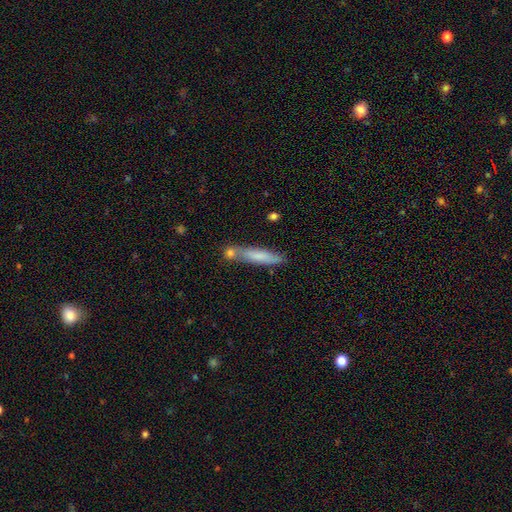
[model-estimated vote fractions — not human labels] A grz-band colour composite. It shows a smooth galaxy with no disk features (65%) that is cigar-shaped (91%). Merging: none (71%).